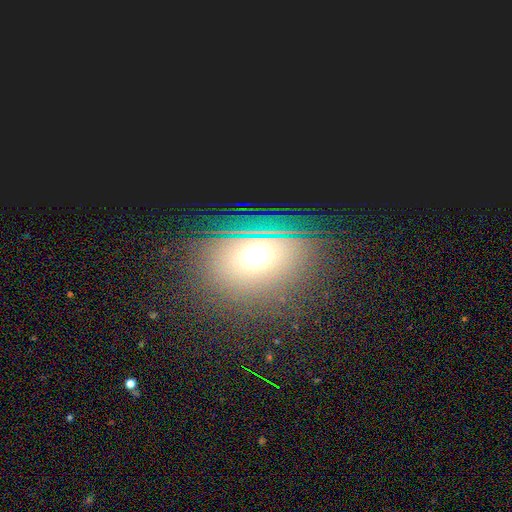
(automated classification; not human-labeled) smooth_or_featured: smooth (p=0.50) [alt: star or artifact p=0.32]
how_rounded: round (p=0.56) [alt: in between p=0.41]
merging: none (p=0.81) [alt: minor disturbance p=0.10]